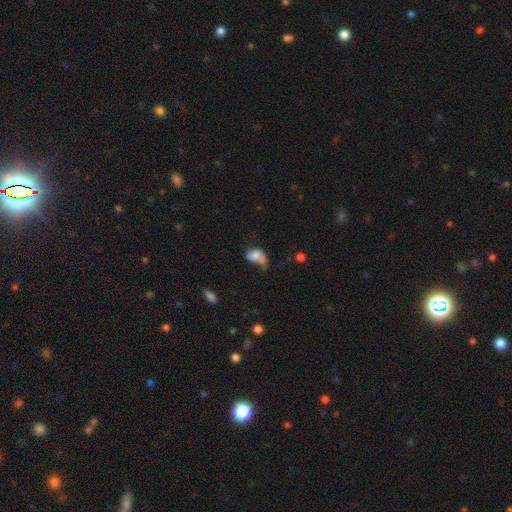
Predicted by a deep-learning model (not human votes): This is likely a smooth galaxy (68%). How rounded: likely in between (80%). Merging: marginally major disturbance (38%).